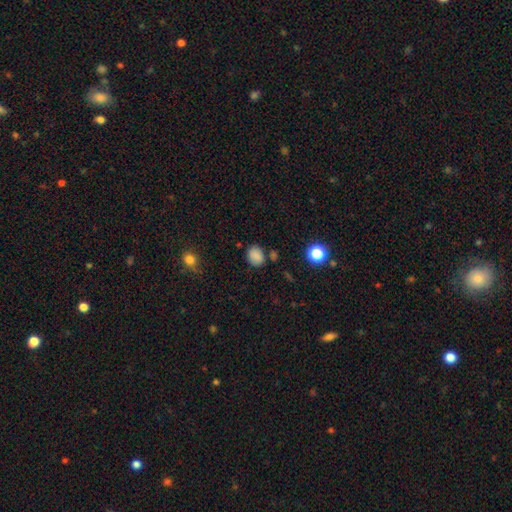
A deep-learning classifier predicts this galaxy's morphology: type=smooth (83%); roundness=in between (50%); merging=none (74%).